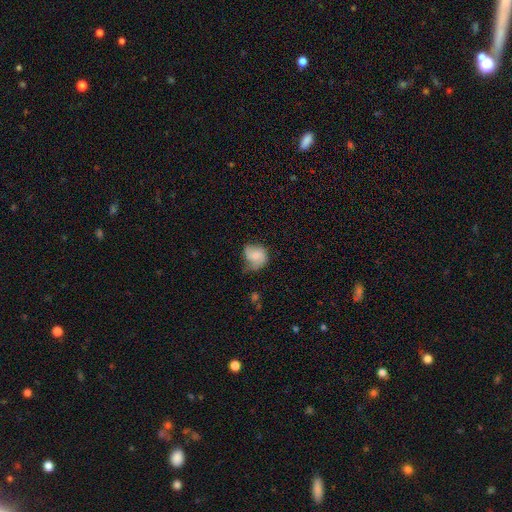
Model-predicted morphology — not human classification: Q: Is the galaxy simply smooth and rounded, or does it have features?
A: smooth — 47%.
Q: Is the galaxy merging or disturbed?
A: none — 43%.